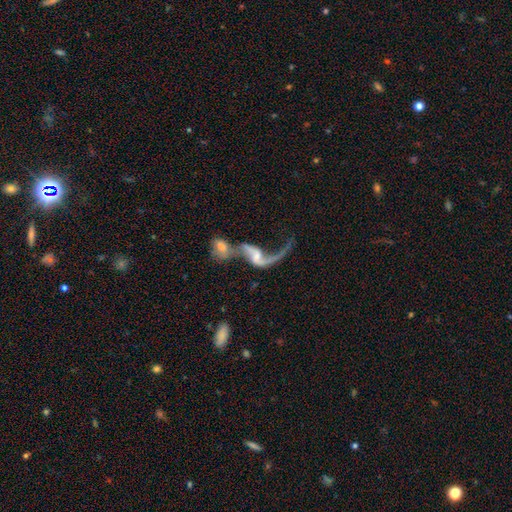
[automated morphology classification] This is clearly a featured or disk galaxy (81%). It is clearly not viewed edge-on (95%). Bar: marginally weak (41%). Spiral arm pattern: clearly yes (87%). Spiral arm count: likely 2 (76%). Spiral winding: clearly loose (93%). Central bulge: marginally small (41%). Merging: likely merger (64%).